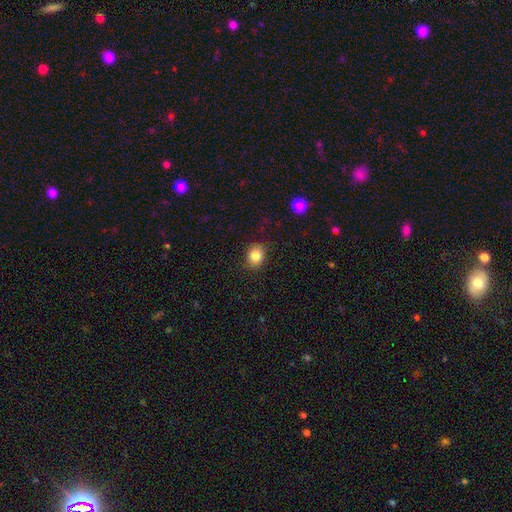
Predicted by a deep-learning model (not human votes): This is clearly a smooth galaxy (84%). How rounded: possibly round (55%). Merging: clearly none (86%).